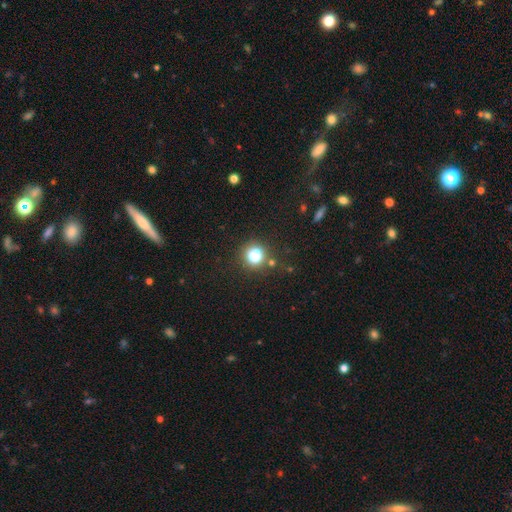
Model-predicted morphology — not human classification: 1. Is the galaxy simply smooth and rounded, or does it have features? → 62% smooth, 30% star or artifact, 8% featured or disk.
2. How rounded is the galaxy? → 92% round, 6% in between, 2% cigar-shaped.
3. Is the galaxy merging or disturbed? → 86% none, 7% minor disturbance, 4% merger, 3% major disturbance.